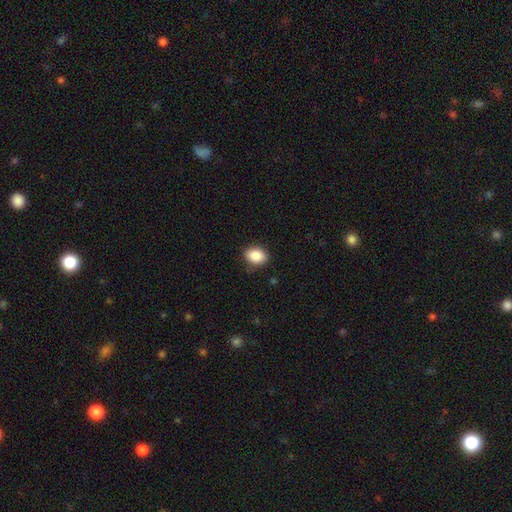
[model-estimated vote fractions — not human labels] Morphology: type=smooth (87%); roundness=in between (69%); merging=none (85%).